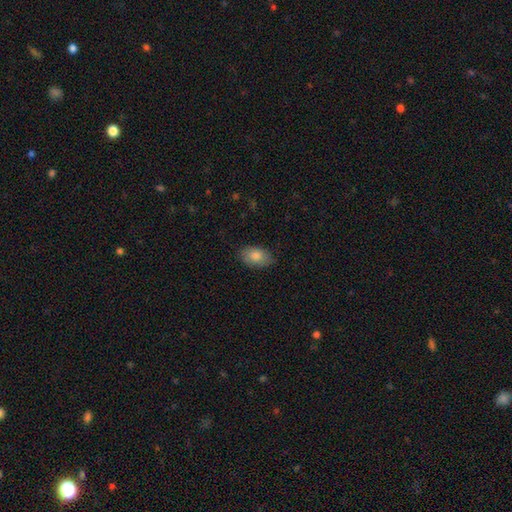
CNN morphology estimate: Q: Smooth or featured?
A: smooth (81%); runner-up: featured or disk (11%)
Q: How rounded?
A: in between (89%); runner-up: round (9%)
Q: Merging?
A: none (82%); runner-up: minor disturbance (15%)